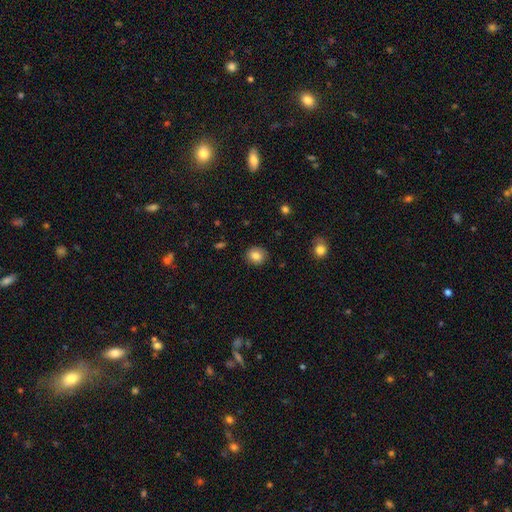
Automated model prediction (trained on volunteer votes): A smooth galaxy with no disk features (83%) that is round (79%).

Vote fractions:
- Smooth or featured? smooth: 83% / star or artifact: 9% / featured or disk: 8%
- How rounded? round: 79% / in between: 20% / cigar-shaped: 1%
- Merging? none: 88% / minor disturbance: 8% / major disturbance: 2% / merger: 1%